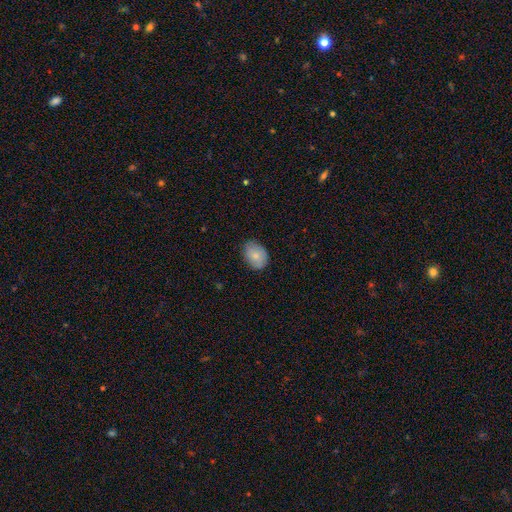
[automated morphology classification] type=smooth (81%); roundness=in between (74%); merging=none (78%).